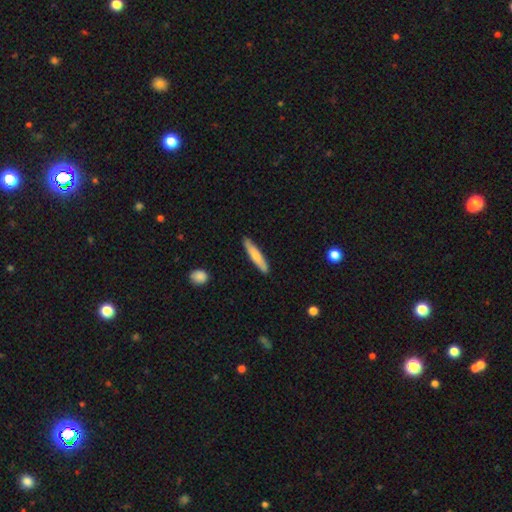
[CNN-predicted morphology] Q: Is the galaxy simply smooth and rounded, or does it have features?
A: smooth — 69%.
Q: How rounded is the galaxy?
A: cigar-shaped — 89%.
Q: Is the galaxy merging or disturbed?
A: none — 89%.